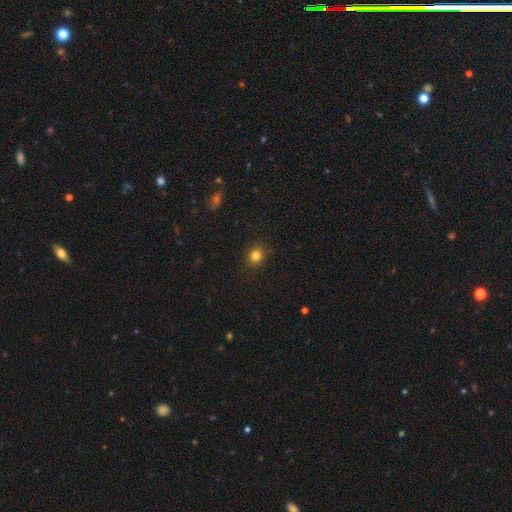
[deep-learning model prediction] smooth-or-featured: smooth: 82% | star or artifact: 13% | featured or disk: 6%
  how-rounded: round: 67% | in between: 32% | cigar-shaped: 1%
  merging: none: 88% | minor disturbance: 9% | major disturbance: 2% | merger: 1%